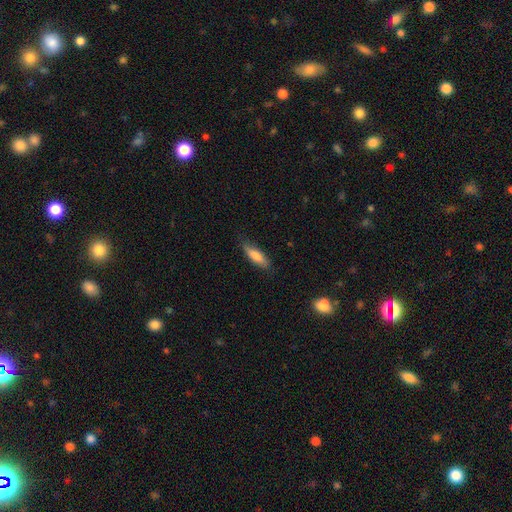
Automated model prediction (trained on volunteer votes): smooth-or-featured: smooth: 79% | featured or disk: 15% | star or artifact: 6%
  how-rounded: cigar-shaped: 54% | in between: 45% | round: 2%
  merging: none: 76% | minor disturbance: 19% | major disturbance: 4% | merger: 1%